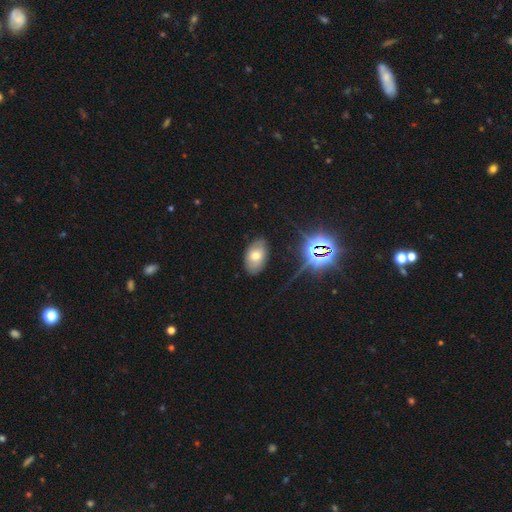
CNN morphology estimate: A smooth galaxy with no disk features (57%) that is in between round and cigar-shaped (90%).

Vote fractions:
- Smooth or featured? smooth: 57% / featured or disk: 25% / star or artifact: 17%
- How rounded? in between: 90% / round: 8% / cigar-shaped: 1%
- Merging? none: 81% / minor disturbance: 14% / major disturbance: 4% / merger: 1%